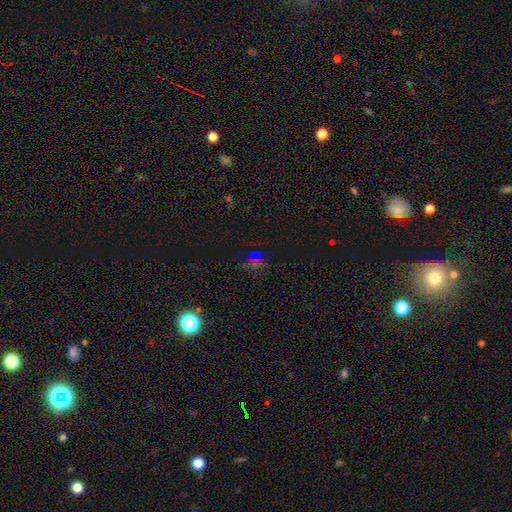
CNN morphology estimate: smooth-or-featured: smooth: 49% | star or artifact: 41% | featured or disk: 9%
  merging: none: 65% | minor disturbance: 19% | major disturbance: 11% | merger: 4%